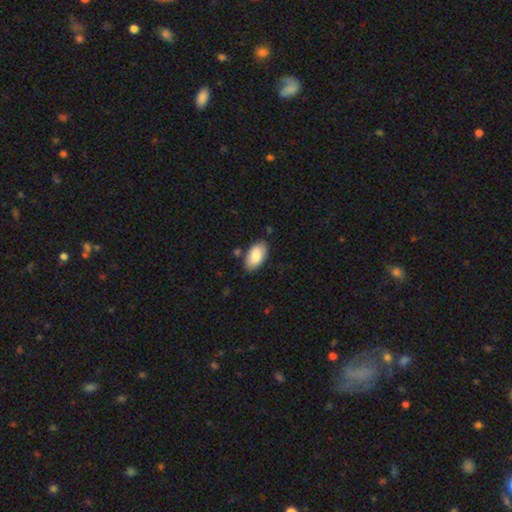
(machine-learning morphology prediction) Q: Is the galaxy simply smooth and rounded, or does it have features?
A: smooth — 85%.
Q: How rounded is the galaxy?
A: in between — 95%.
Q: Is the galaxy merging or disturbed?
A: none — 80%.